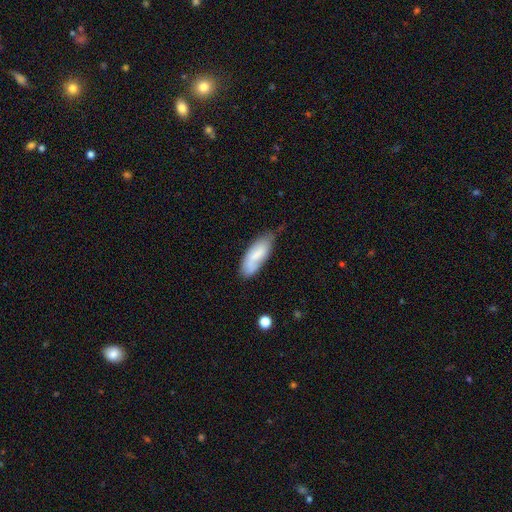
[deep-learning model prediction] Smooth or featured?
  - smooth: 72% *
  - featured or disk: 22%
  - star or artifact: 6%
How rounded?
  - in between: 74% *
  - cigar-shaped: 25%
  - round: 2%
Merging?
  - none: 54% *
  - minor disturbance: 34%
  - major disturbance: 8%
  - merger: 4%